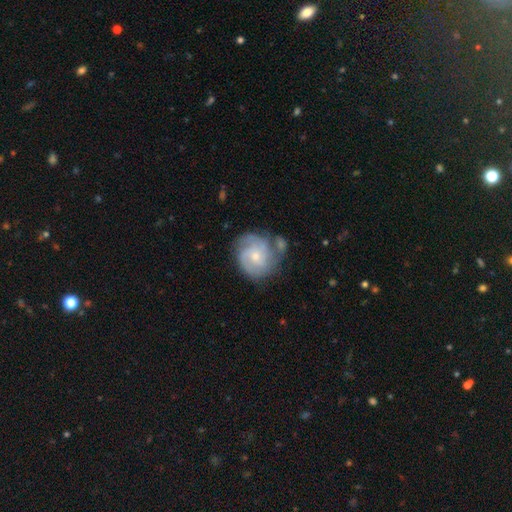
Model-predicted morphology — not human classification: Q: Smooth or featured?
A: featured or disk (75%); runner-up: smooth (19%)
Q: Edge-on disk?
A: no (98%); runner-up: yes (2%)
Q: Bar?
A: no (68%); runner-up: weak (28%)
Q: Spiral arms?
A: yes (93%); runner-up: no (7%)
Q: Spiral winding?
A: tight (56%); runner-up: medium (35%)
Q: Spiral arm count?
A: 3 (36%); runner-up: 2 (24%)
Q: Bulge size?
A: small (54%); runner-up: moderate (42%)
Q: Merging?
A: none (57%); runner-up: minor disturbance (20%)